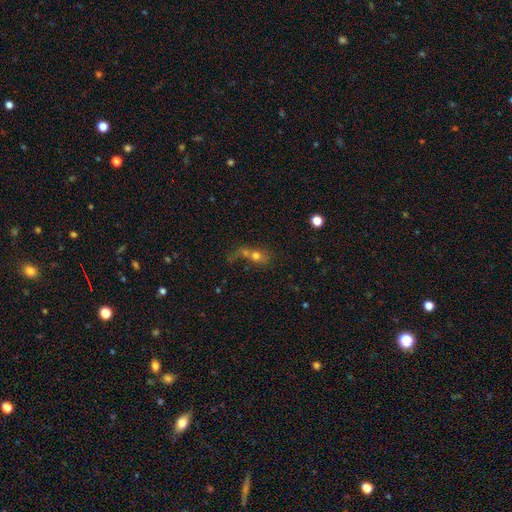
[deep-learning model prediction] This appears to be a smooth galaxy with no disk features (59%) that is round (53%). Merging: merger (47%).